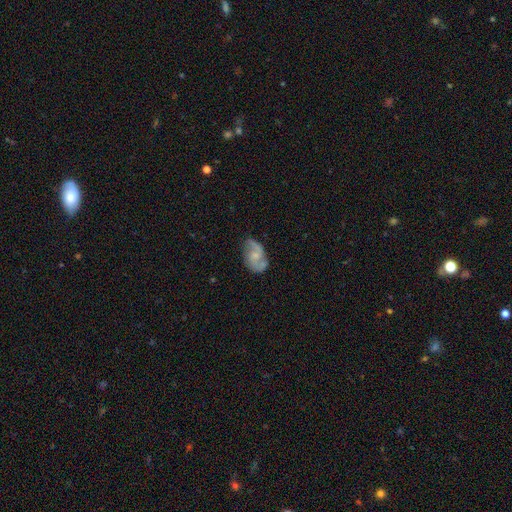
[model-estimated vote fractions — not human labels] smooth_or_featured: featured or disk (p=0.73) [alt: smooth p=0.20]
disk_edge_on: no (p=0.97) [alt: yes p=0.03]
bar: no (p=0.56) [alt: weak p=0.38]
has_spiral_arms: yes (p=0.92) [alt: no p=0.08]
spiral_winding: medium (p=0.47) [alt: loose p=0.36]
spiral_arm_count: 2 (p=0.84) [alt: can't tell p=0.07]
bulge_size: small (p=0.50) [alt: moderate p=0.27]
merging: none (p=0.64) [alt: minor disturbance p=0.24]